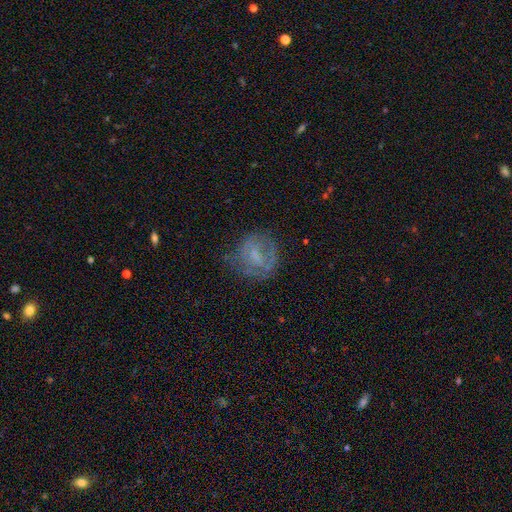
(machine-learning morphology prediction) featured or disk 51%, smooth 38%, star or artifact 11%. Down the decision tree: edge-on disk — no (97%); merging — none (59%).